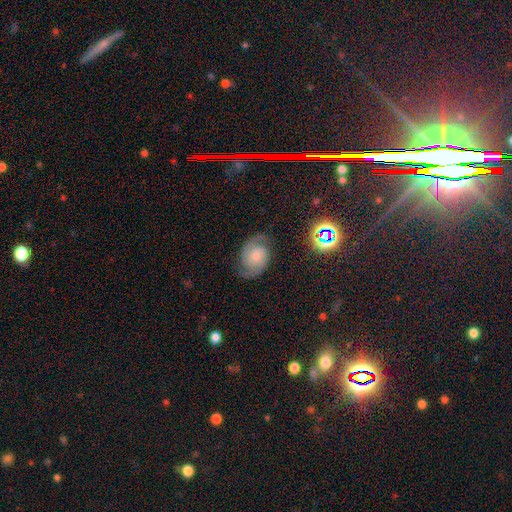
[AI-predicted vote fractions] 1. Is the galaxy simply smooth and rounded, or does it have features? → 81% featured or disk, 10% smooth, 9% star or artifact.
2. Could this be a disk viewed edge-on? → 98% no, 2% yes.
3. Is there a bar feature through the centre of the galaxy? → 68% no, 27% weak, 5% strong.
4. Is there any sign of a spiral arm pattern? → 97% yes, 3% no.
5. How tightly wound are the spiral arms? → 51% medium, 34% tight, 15% loose.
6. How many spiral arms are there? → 92% 2, 3% can't tell, 1% 1, 1% 3, 1% 4, 1% more than 4.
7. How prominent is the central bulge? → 43% small, 42% moderate, 7% none, 6% large, 2% dominant.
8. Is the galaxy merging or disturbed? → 77% none, 15% minor disturbance, 6% major disturbance, 1% merger.